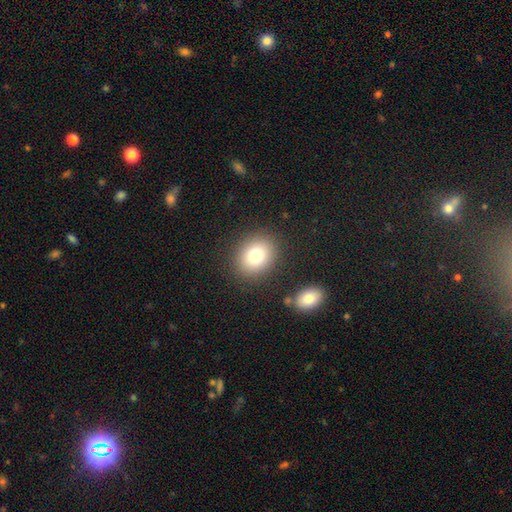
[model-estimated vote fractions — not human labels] Smooth or featured: smooth — 78% (star or artifact — 12%)
How rounded: round — 62% (in between — 37%)
Merging: none — 86% (minor disturbance — 8%)